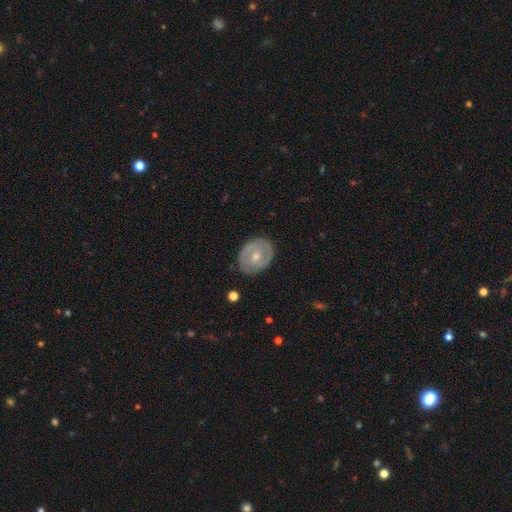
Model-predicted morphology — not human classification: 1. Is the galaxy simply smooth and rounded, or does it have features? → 65% featured or disk, 30% smooth, 5% star or artifact.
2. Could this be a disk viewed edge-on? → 96% no, 4% yes.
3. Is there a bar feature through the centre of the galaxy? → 55% no, 37% weak, 8% strong.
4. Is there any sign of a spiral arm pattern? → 65% yes, 35% no.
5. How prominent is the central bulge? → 67% moderate, 26% small, 4% large, 2% none, 1% dominant.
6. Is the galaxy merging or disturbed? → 82% none, 14% minor disturbance, 3% major disturbance, 1% merger.